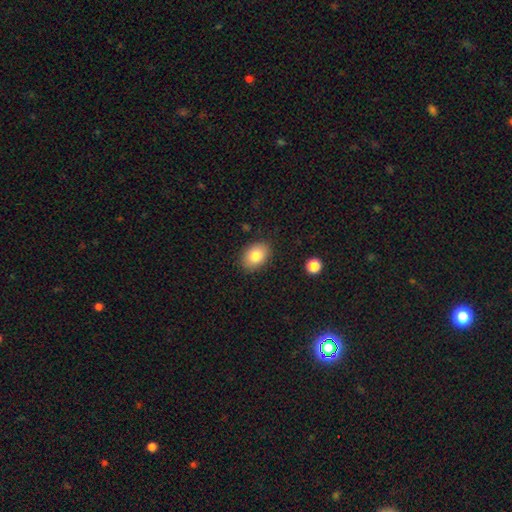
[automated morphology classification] Smooth or featured? Predicted: smooth (p=0.82). How rounded? Predicted: in between (p=0.75). Merging? Predicted: none (p=0.87).